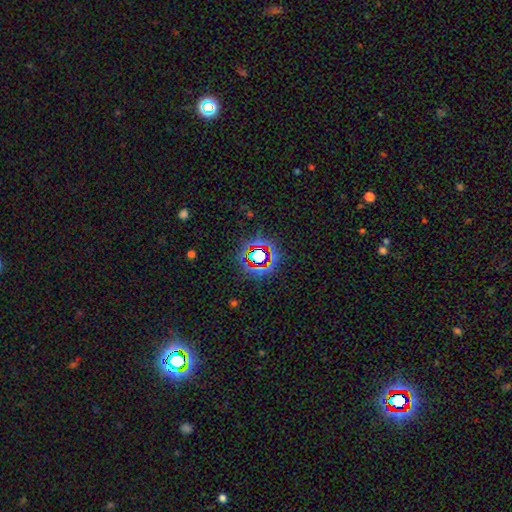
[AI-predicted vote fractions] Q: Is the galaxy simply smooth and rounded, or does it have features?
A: star or artifact — 71%.